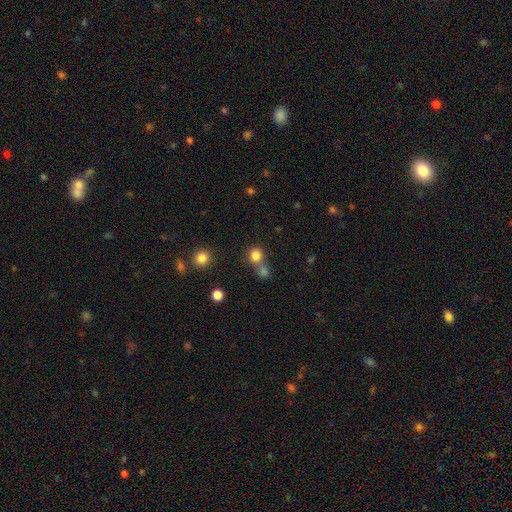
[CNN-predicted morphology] smooth 80%, star or artifact 14%, featured or disk 6%. Down the decision tree: how rounded — round (86%); merging — none (53%).